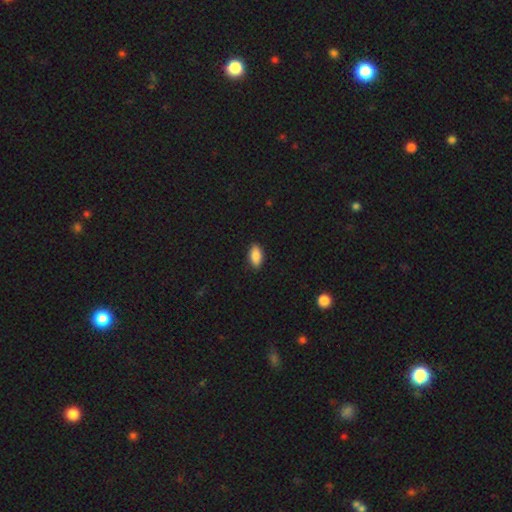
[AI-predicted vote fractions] Morphology: type=smooth (86%); roundness=in between (90%); merging=none (88%).